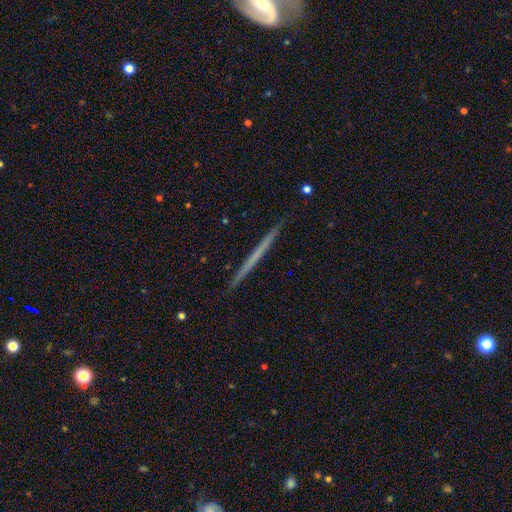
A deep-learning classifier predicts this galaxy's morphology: This is possibly a featured or disk galaxy (52%). It is clearly viewed edge-on (98%). Edge-on bulge: clearly none (95%). Merging: clearly none (93%).